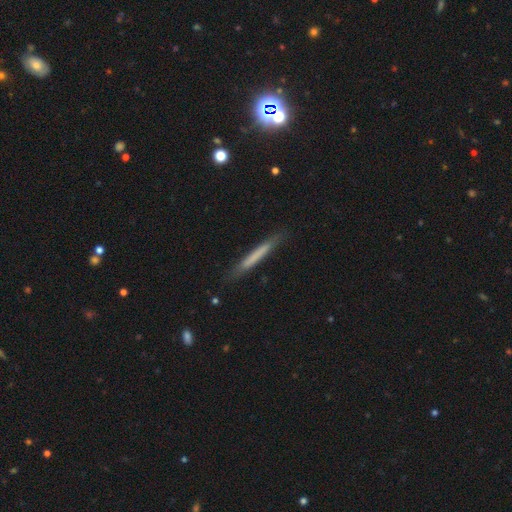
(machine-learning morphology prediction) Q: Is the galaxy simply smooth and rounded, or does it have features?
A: smooth — 62%.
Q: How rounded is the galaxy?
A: cigar-shaped — 97%.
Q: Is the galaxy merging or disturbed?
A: none — 85%.